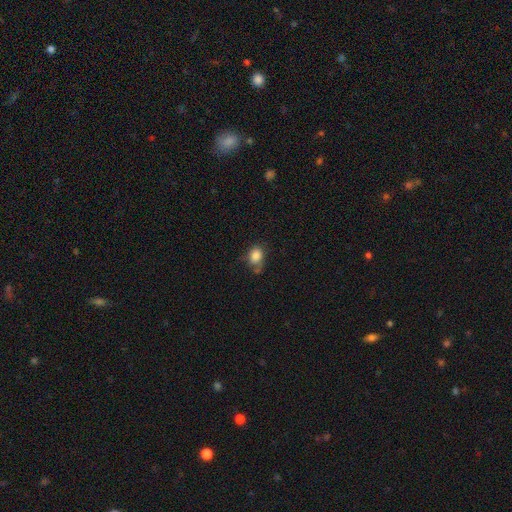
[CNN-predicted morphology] This is clearly a smooth galaxy (83%). How rounded: possibly in between (55%). Merging: possibly none (52%).